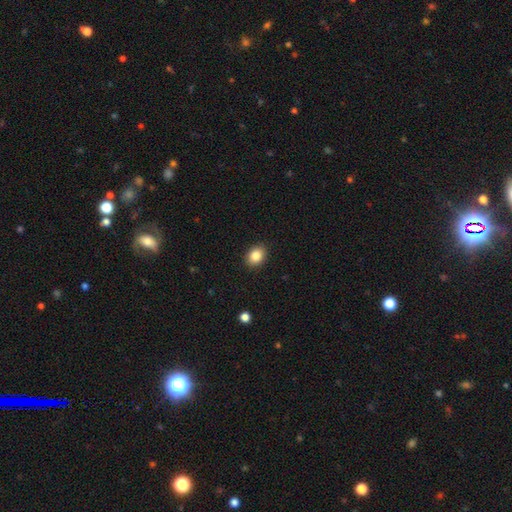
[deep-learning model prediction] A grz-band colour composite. It shows a smooth galaxy with no disk features (86%) that is in between round and cigar-shaped (60%). Merging: none (90%).